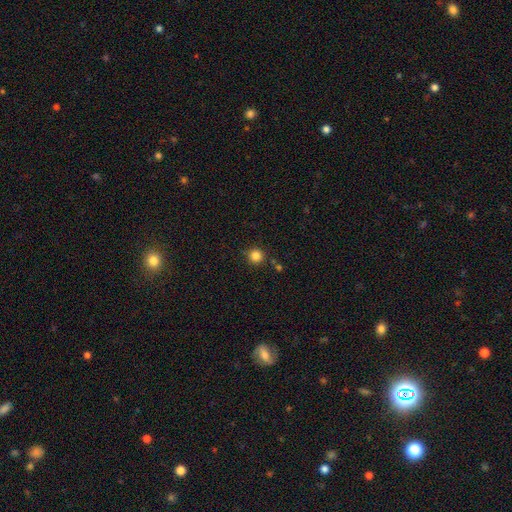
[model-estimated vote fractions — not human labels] smooth 84%, star or artifact 12%, featured or disk 4%. Down the decision tree: how rounded — round (94%); merging — none (85%).